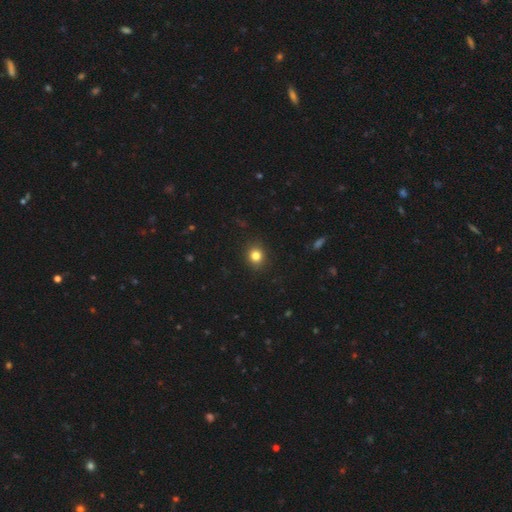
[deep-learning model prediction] Q: Smooth or featured?
A: smooth (82%); runner-up: star or artifact (12%)
Q: How rounded?
A: round (78%); runner-up: in between (21%)
Q: Merging?
A: none (90%); runner-up: minor disturbance (7%)